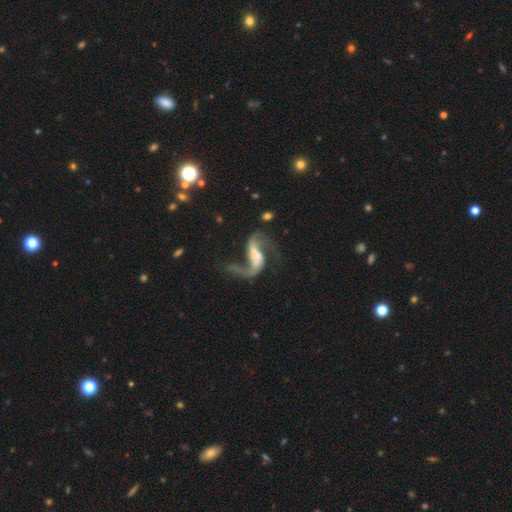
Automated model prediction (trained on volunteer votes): This appears to be a featured or disk galaxy (87%) with a weak bar (41%), 2 (89%) loose (82%) spiral arms (95%) and a small central bulge (36%). Merging: none (51%).